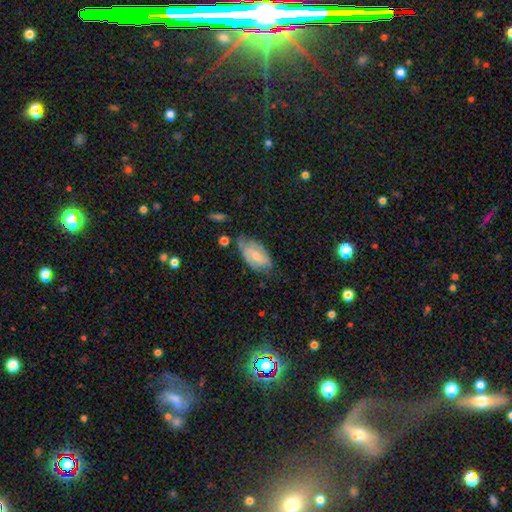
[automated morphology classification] Smooth or featured: smooth — 49% (featured or disk — 44%)
Merging: none — 45% (minor disturbance — 37%)